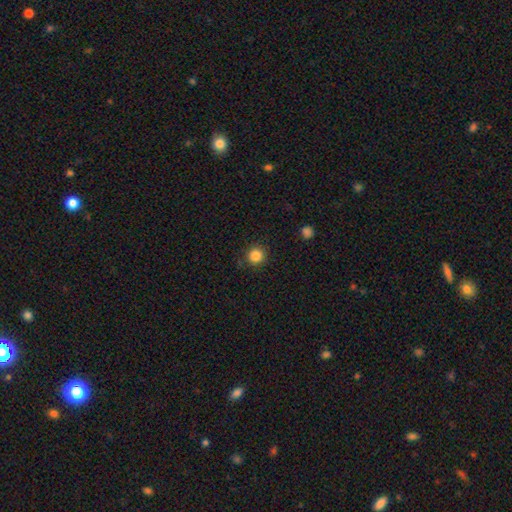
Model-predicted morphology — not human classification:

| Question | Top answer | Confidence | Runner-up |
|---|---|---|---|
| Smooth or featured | smooth | 85% | star or artifact (11%) |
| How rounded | round | 94% | in between (5%) |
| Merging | none | 89% | minor disturbance (7%) |